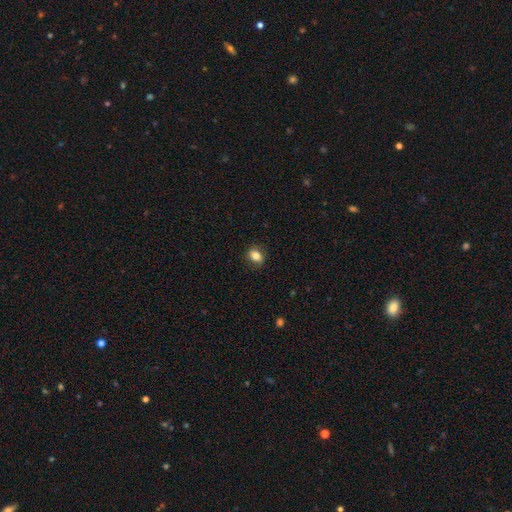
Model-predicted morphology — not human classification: Overall: smooth (76%). How rounded: in between (68%; round 29%). Merging: none (79%).